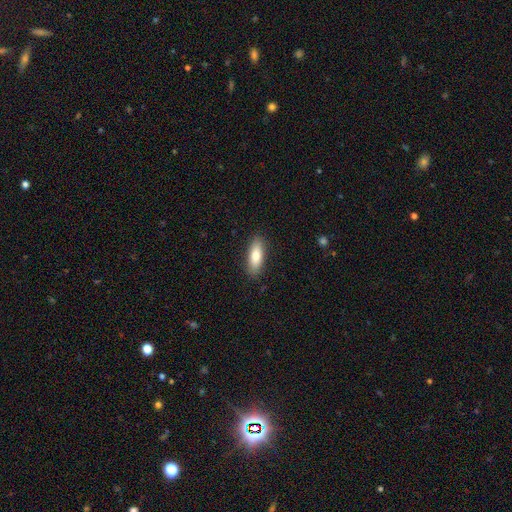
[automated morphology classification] Q: Smooth or featured?
A: smooth (81%); runner-up: featured or disk (14%)
Q: How rounded?
A: in between (65%); runner-up: cigar-shaped (33%)
Q: Merging?
A: none (88%); runner-up: minor disturbance (9%)